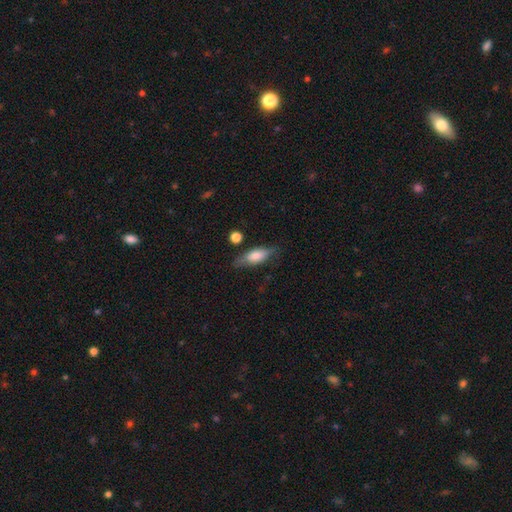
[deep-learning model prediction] This appears to be a smooth galaxy with no disk features (68%) that is in between round and cigar-shaped (67%). Merging: none (71%).